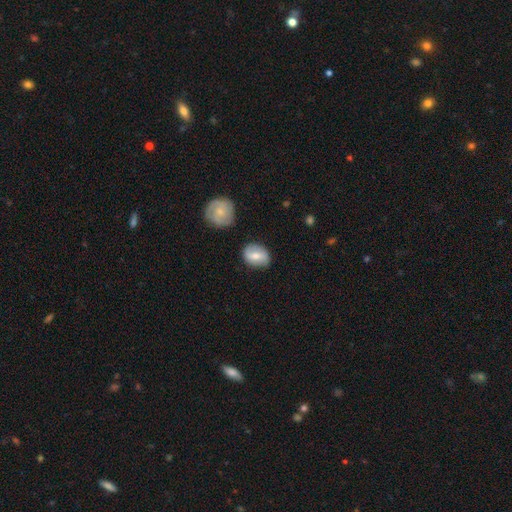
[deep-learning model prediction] This is possibly a smooth galaxy (57%). How rounded: possibly in between (57%). Merging: likely none (79%).